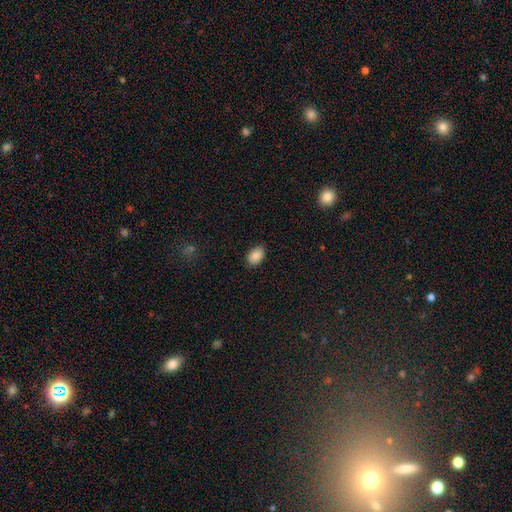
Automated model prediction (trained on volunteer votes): Overall: smooth (89%). How rounded: in between (90%). Merging: none (87%).